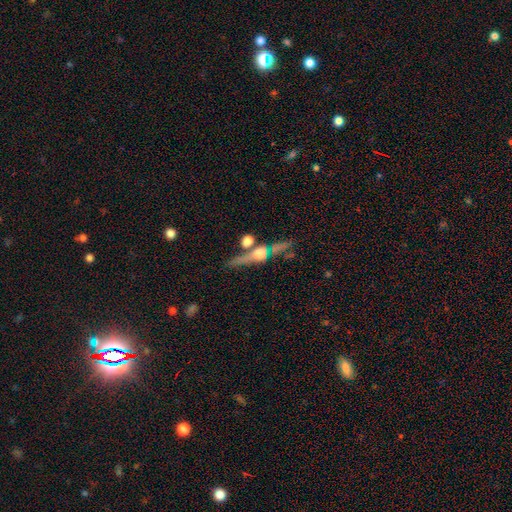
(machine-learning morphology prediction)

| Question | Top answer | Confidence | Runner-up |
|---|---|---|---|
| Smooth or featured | featured or disk | 63% | star or artifact (19%) |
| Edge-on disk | yes | 85% | no (15%) |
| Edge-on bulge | rounded | 82% | none (9%) |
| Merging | none | 60% | merger (19%) |